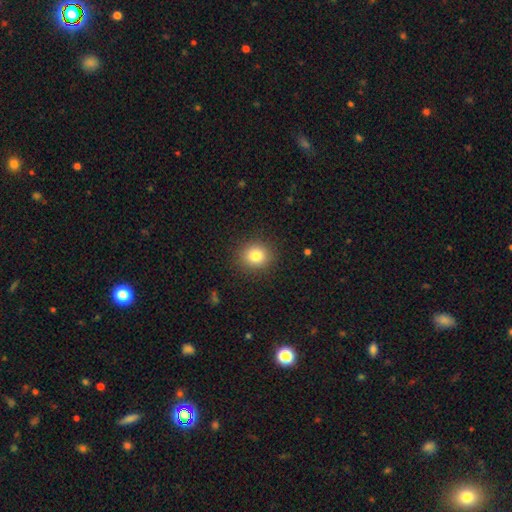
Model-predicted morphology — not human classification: smooth 82%, star or artifact 11%, featured or disk 7%. Down the decision tree: how rounded — round (80%); merging — none (90%).